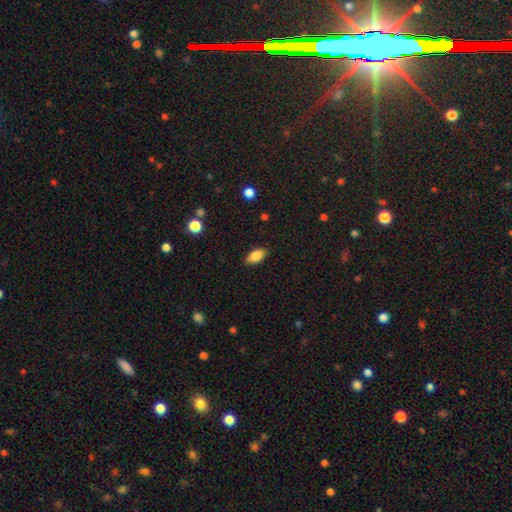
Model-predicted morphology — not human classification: smooth 84%, featured or disk 8%, star or artifact 8%. Down the decision tree: how rounded — in between (91%); merging — none (88%).